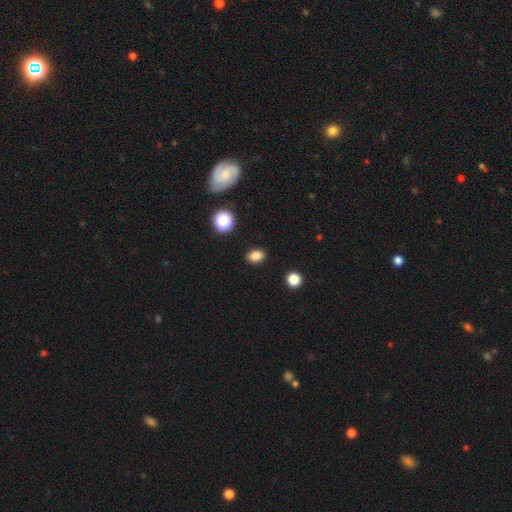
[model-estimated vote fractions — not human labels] smooth-or-featured: smooth: 85% | star or artifact: 11% | featured or disk: 4%
  how-rounded: in between: 73% | round: 26% | cigar-shaped: 1%
  merging: none: 88% | minor disturbance: 8% | major disturbance: 2% | merger: 2%